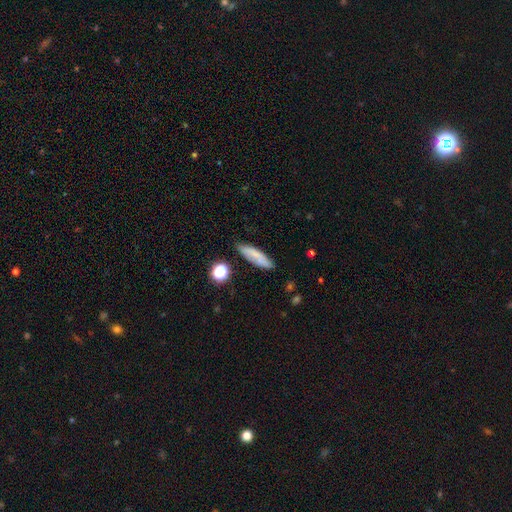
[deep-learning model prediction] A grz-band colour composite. It shows a smooth galaxy with no disk features (67%) that is cigar-shaped (59%). Merging: none (78%).